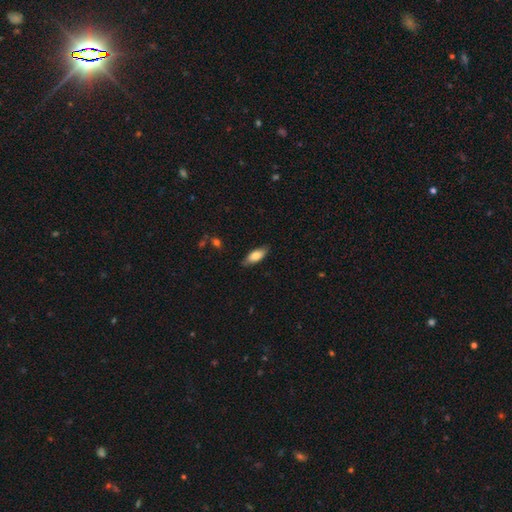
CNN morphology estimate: Overall: smooth (78%). How rounded: in between (78%). Merging: none (80%).